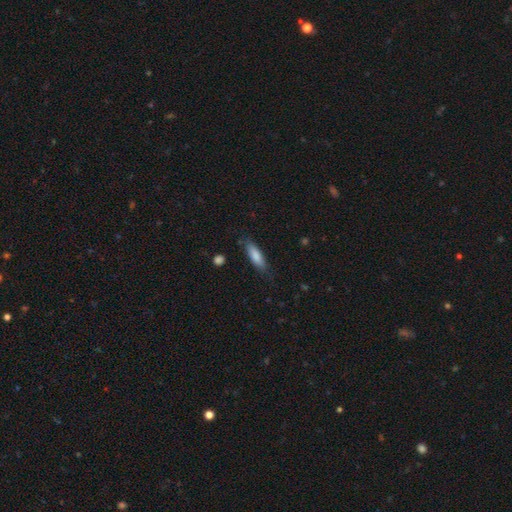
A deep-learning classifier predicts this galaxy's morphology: The model was most divided on "how rounded": cigar-shaped: 51%, in between: 47%, round: 2%. More confident: smooth or featured — smooth (82%); merging — none (78%).